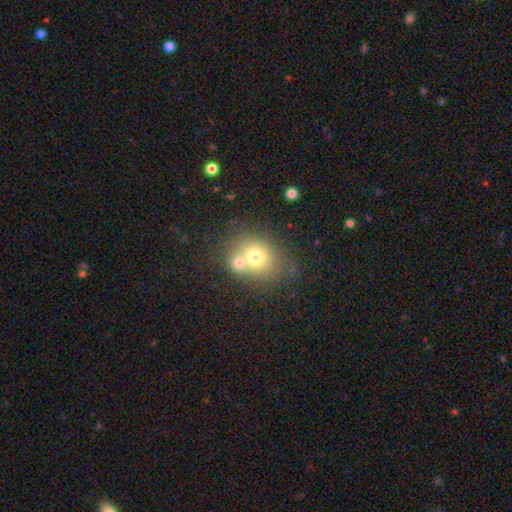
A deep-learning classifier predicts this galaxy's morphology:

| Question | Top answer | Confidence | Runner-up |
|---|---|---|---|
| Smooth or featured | smooth | 66% | featured or disk (21%) |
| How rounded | round | 63% | in between (36%) |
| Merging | merger | 50% | none (37%) |